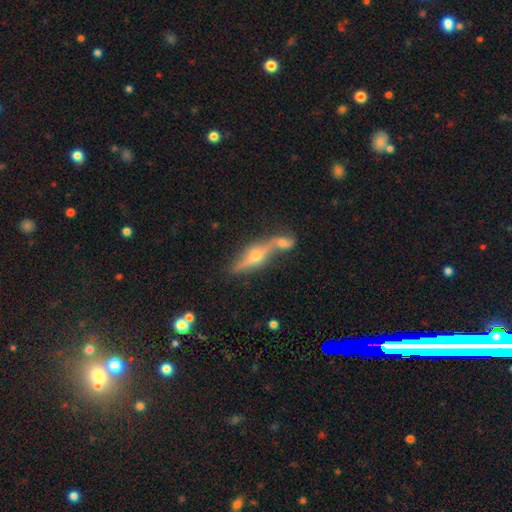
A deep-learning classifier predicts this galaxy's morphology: type=featured or disk (70%); edge-on=yes (88%); edge-on bulge=rounded (93%); merging=none (47%).